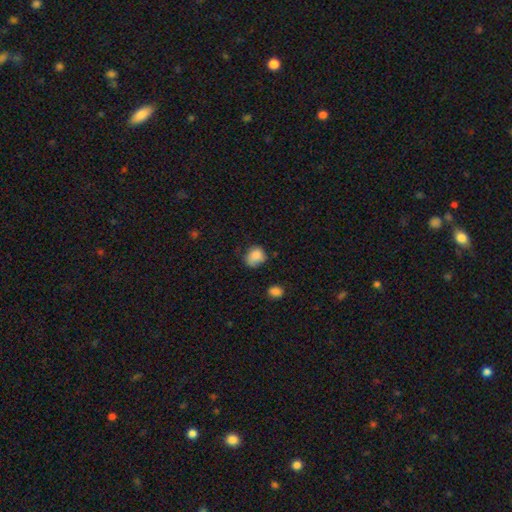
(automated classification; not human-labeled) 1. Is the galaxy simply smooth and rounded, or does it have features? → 85% smooth, 9% star or artifact, 6% featured or disk.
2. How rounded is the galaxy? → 63% round, 36% in between, 1% cigar-shaped.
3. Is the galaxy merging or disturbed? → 54% none, 34% minor disturbance, 9% major disturbance, 3% merger.